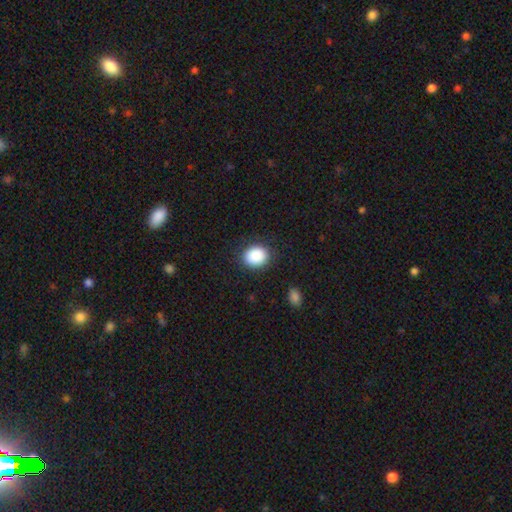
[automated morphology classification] smooth-or-featured: smooth: 89% | star or artifact: 8% | featured or disk: 3%
  how-rounded: round: 64% | in between: 35% | cigar-shaped: 1%
  merging: none: 88% | minor disturbance: 8% | major disturbance: 3% | merger: 1%